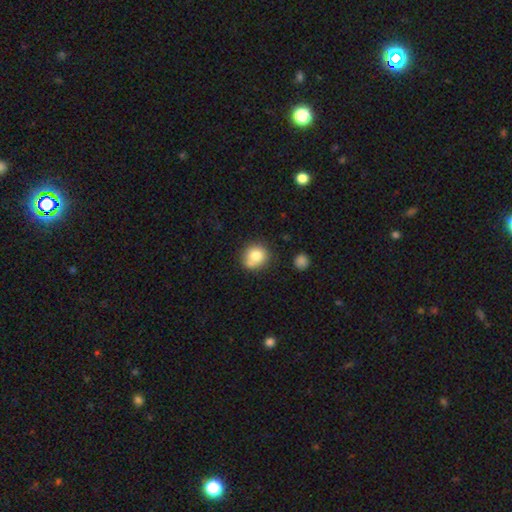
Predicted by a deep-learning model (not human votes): A smooth galaxy with no disk features (78%) that is round (84%).

Vote fractions:
- Smooth or featured? smooth: 78% / featured or disk: 12% / star or artifact: 10%
- How rounded? round: 84% / in between: 15% / cigar-shaped: 1%
- Merging? none: 59% / merger: 19% / minor disturbance: 17% / major disturbance: 5%